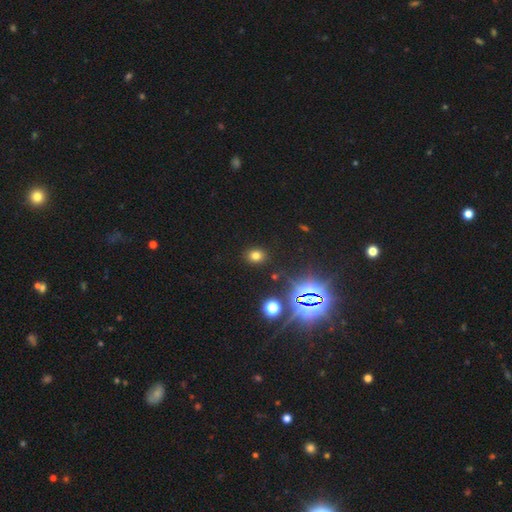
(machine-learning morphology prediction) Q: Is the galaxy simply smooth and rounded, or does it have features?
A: smooth — 69%.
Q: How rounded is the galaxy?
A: round — 63%.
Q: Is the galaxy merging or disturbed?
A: none — 88%.